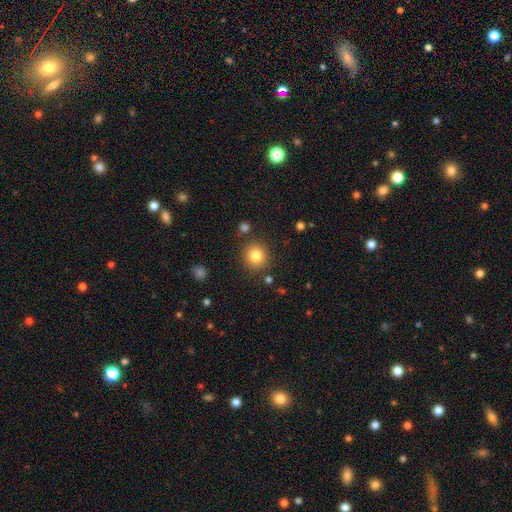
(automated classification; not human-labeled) The model was most divided on "smooth or featured": smooth: 82%, star or artifact: 11%, featured or disk: 7%. More confident: how rounded — round (90%); merging — none (86%).